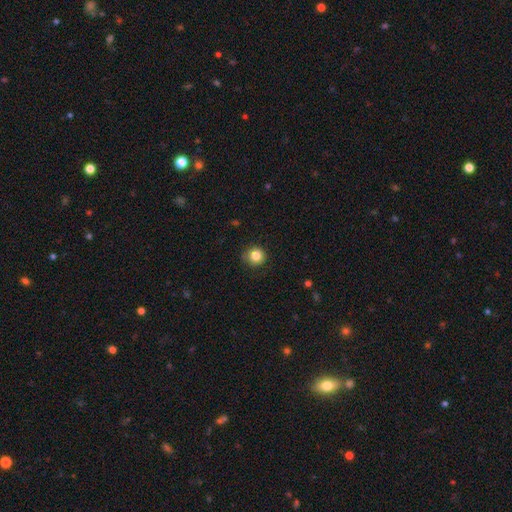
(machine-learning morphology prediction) smooth-or-featured: smooth: 84% | star or artifact: 11% | featured or disk: 6%
  how-rounded: round: 91% | in between: 8% | cigar-shaped: 1%
  merging: none: 83% | minor disturbance: 13% | major disturbance: 3% | merger: 1%